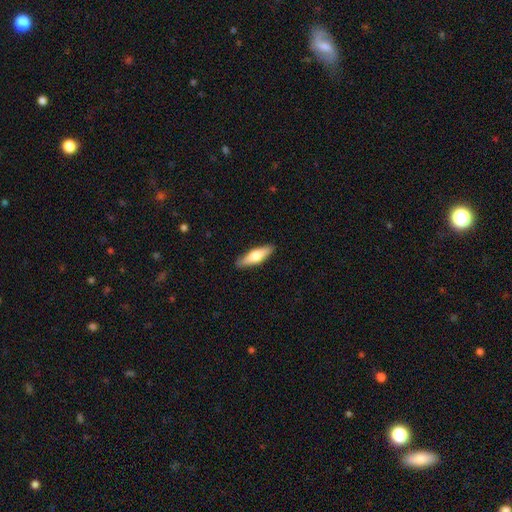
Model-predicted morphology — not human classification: This appears to be a smooth galaxy with no disk features (55%) that is cigar-shaped (59%). Merging: none (88%).